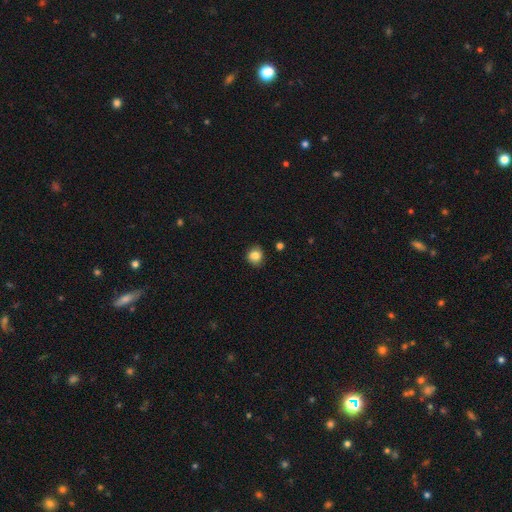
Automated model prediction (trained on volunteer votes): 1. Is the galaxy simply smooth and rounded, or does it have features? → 84% smooth, 10% star or artifact, 6% featured or disk.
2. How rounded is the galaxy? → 79% round, 20% in between, 1% cigar-shaped.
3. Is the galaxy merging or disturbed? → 83% none, 13% minor disturbance, 3% major disturbance, 2% merger.